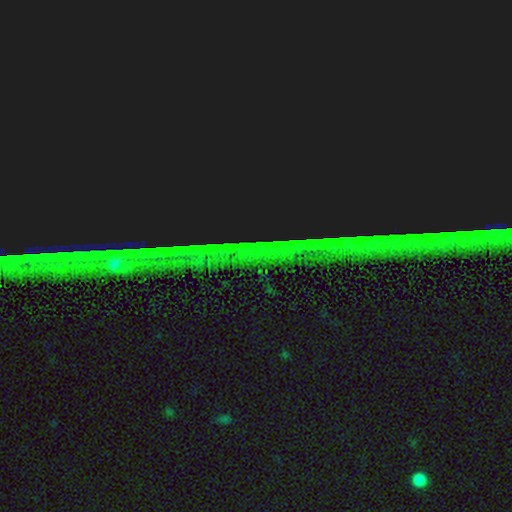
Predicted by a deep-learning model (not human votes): A star or artifact, not a galaxy (88%).